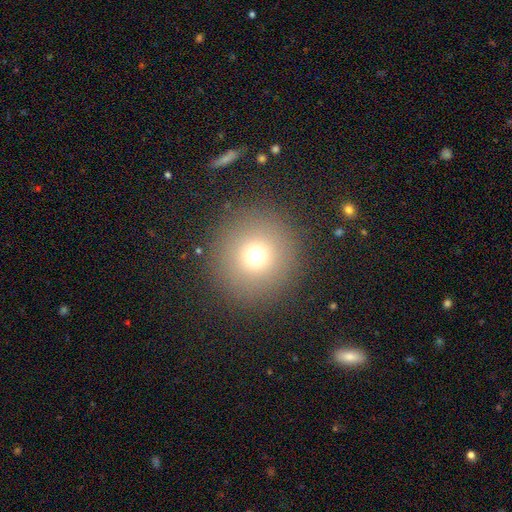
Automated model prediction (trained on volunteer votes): Smooth or featured?
  - smooth: 71% *
  - star or artifact: 19%
  - featured or disk: 11%
How rounded?
  - round: 96% *
  - in between: 3%
  - cigar-shaped: 1%
Merging?
  - none: 90% *
  - minor disturbance: 5%
  - major disturbance: 4%
  - merger: 1%